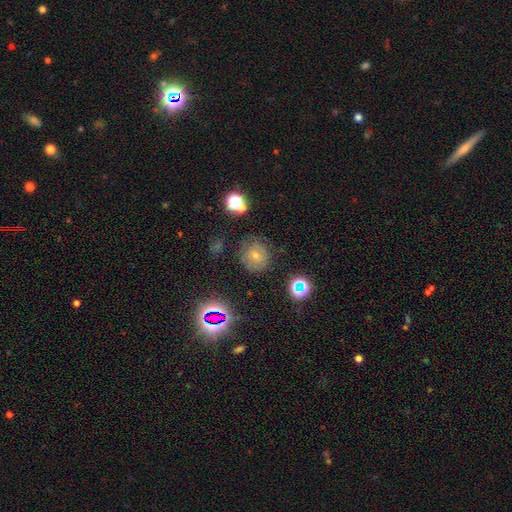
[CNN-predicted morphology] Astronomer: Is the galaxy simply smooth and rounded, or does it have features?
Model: smooth — 59%.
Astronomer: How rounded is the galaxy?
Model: round — 88%.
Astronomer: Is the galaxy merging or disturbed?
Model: none — 75%.